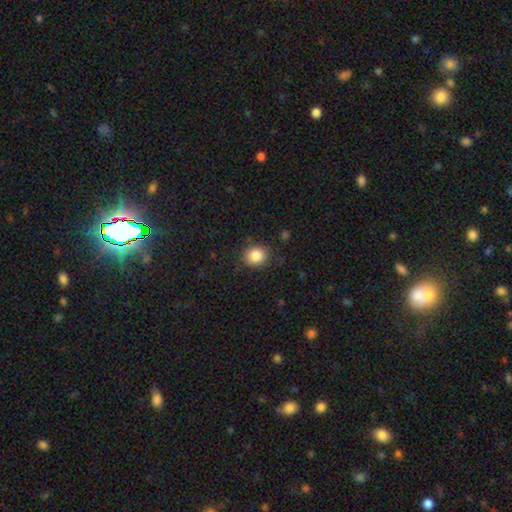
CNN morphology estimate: type=smooth (85%); roundness=round (75%); merging=none (85%).